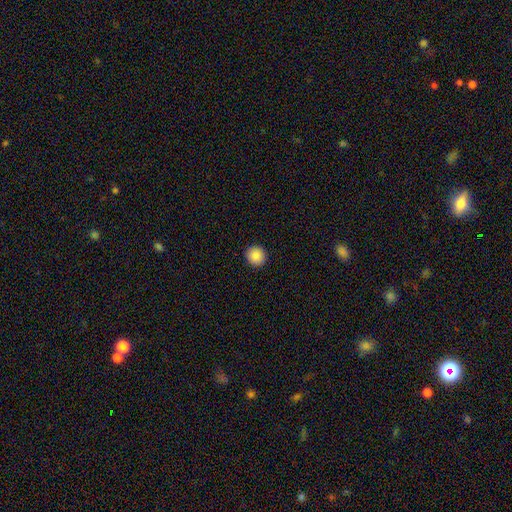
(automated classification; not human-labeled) smooth 88%, star or artifact 9%, featured or disk 3%. Down the decision tree: how rounded — round (91%); merging — none (93%).